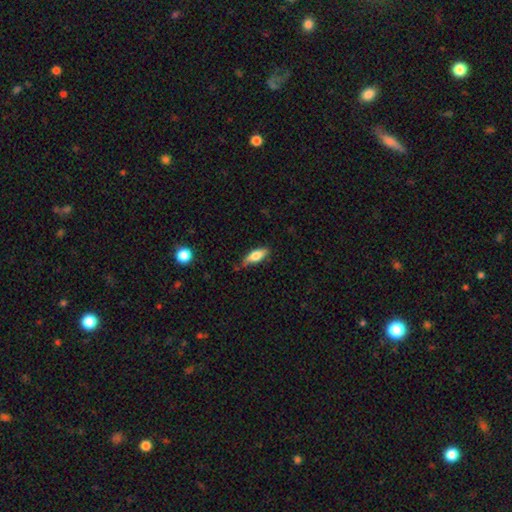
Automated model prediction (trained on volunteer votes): smooth_or_featured: smooth (p=0.72) [alt: featured or disk p=0.22]
how_rounded: in between (p=0.64) [alt: cigar-shaped p=0.33]
merging: none (p=0.73) [alt: minor disturbance p=0.21]